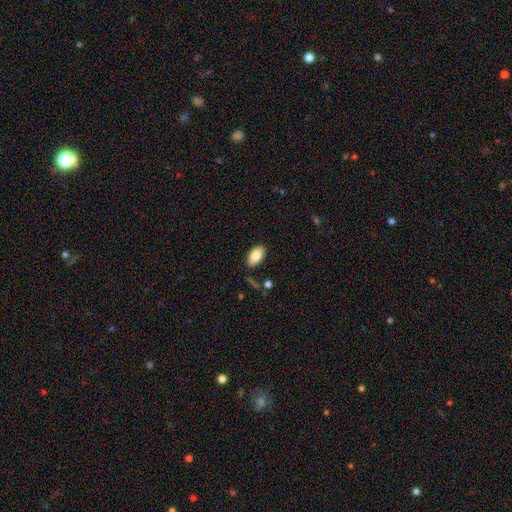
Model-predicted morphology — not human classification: Smooth or featured? Predicted: smooth (p=0.81). How rounded? Predicted: in between (p=0.94). Merging? Predicted: none (p=0.85).